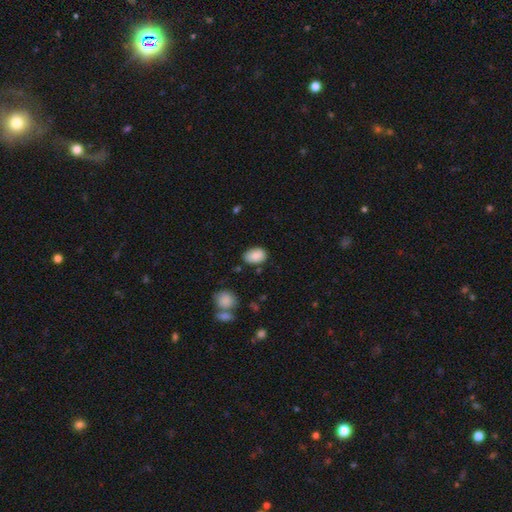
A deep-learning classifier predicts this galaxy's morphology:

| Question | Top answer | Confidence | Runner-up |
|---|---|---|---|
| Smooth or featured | smooth | 87% | star or artifact (7%) |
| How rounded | in between | 87% | round (12%) |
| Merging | none | 75% | minor disturbance (18%) |